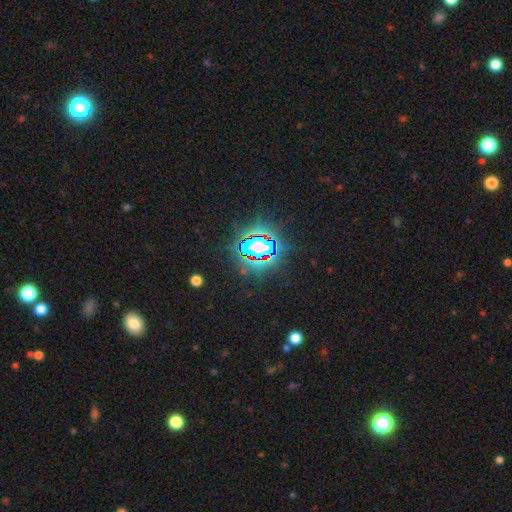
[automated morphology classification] This is clearly a star or artifact rather than a galaxy (81%).